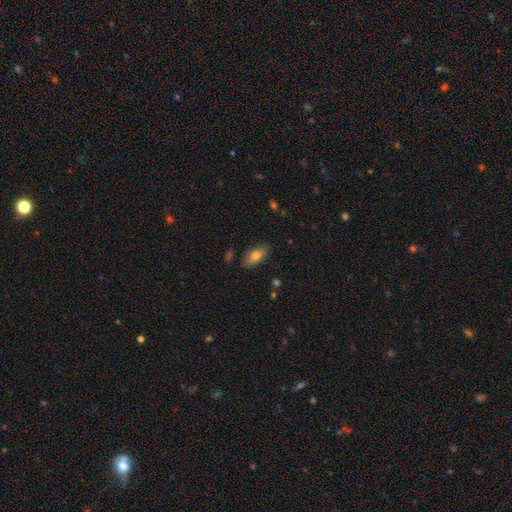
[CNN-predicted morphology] This is likely a smooth galaxy (76%). How rounded: clearly in between (88%). Merging: clearly none (82%).